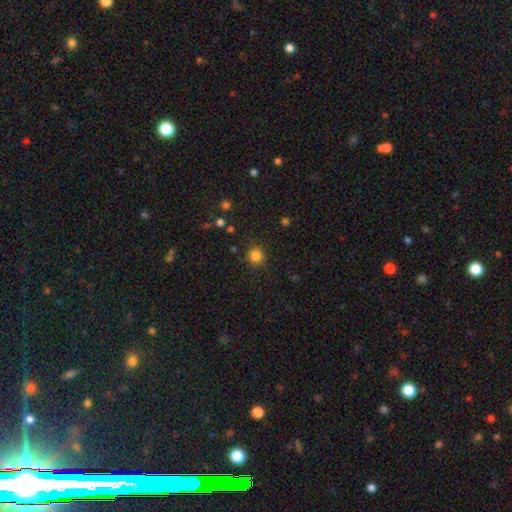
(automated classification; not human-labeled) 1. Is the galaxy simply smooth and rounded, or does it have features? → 84% smooth, 12% star or artifact, 4% featured or disk.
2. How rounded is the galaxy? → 92% round, 7% in between, 1% cigar-shaped.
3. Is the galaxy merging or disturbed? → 88% none, 8% minor disturbance, 3% major disturbance, 2% merger.